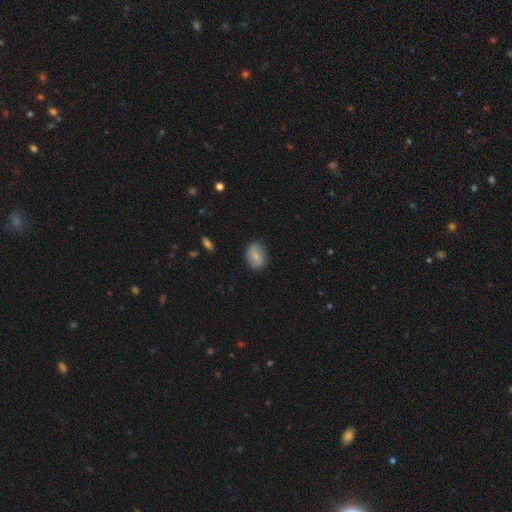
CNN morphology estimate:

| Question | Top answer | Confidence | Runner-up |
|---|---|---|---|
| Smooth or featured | smooth | 69% | featured or disk (24%) |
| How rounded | in between | 66% | round (33%) |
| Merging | none | 84% | minor disturbance (12%) |